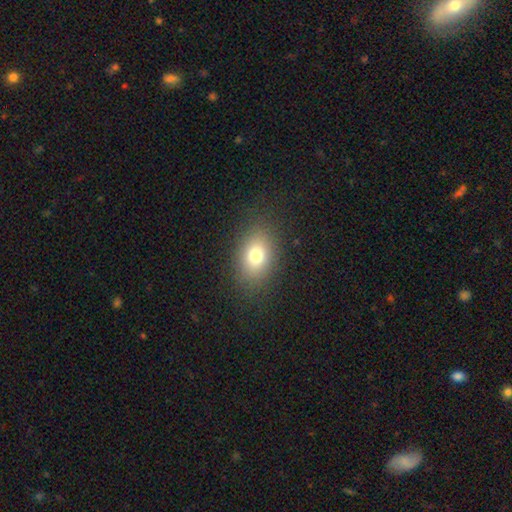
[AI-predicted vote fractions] A smooth galaxy with no disk features (75%) that is in between round and cigar-shaped (73%).

Vote fractions:
- Smooth or featured? smooth: 75% / star or artifact: 13% / featured or disk: 12%
- How rounded? in between: 73% / round: 25% / cigar-shaped: 1%
- Merging? none: 85% / minor disturbance: 9% / major disturbance: 5% / merger: 1%